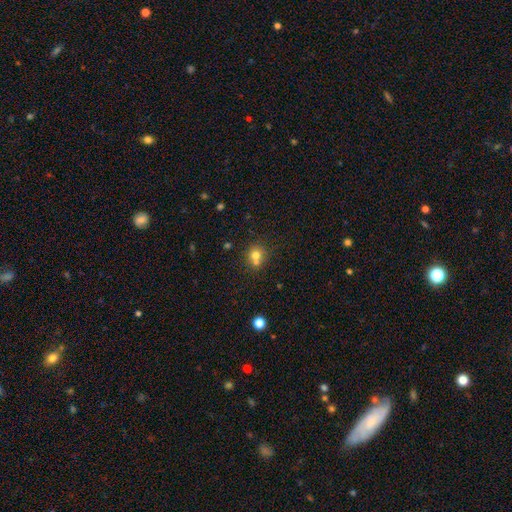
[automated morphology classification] The model was most divided on "merging": none: 52%, merger: 36%, minor disturbance: 9%, major disturbance: 3%. More confident: how rounded — round (84%); smooth or featured — smooth (72%).